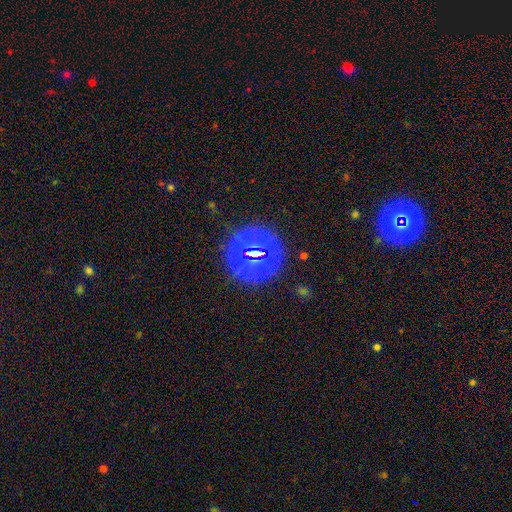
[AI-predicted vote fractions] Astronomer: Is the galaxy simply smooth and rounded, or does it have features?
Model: star or artifact — 77%.